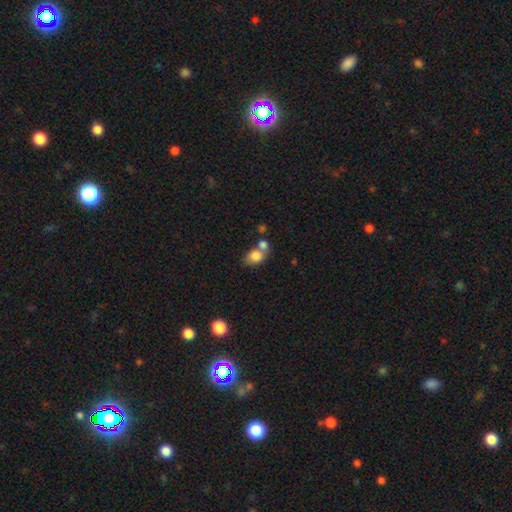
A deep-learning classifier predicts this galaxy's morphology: Q: Smooth or featured?
A: smooth (80%); runner-up: featured or disk (11%)
Q: How rounded?
A: in between (66%); runner-up: round (33%)
Q: Merging?
A: merger (45%); runner-up: none (37%)